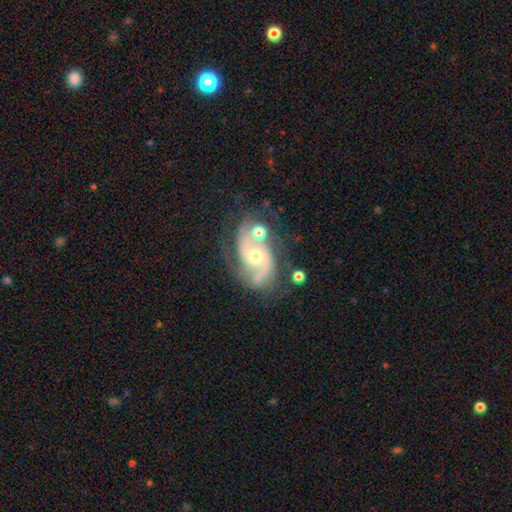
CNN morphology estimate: A featured or disk galaxy (86%) with no bar (61%), 2 (81%) medium (53%) spiral arms (96%) and a moderate central bulge (59%). Merging: none (55%).